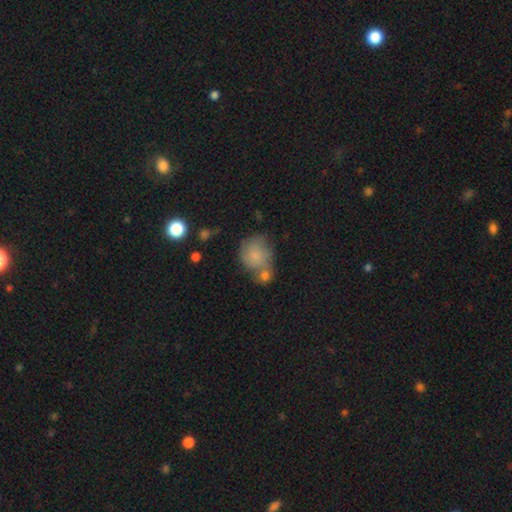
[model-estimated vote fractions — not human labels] Smooth or featured: smooth — 73% (featured or disk — 18%)
How rounded: round — 70% (in between — 29%)
Merging: none — 38% (merger — 35%)